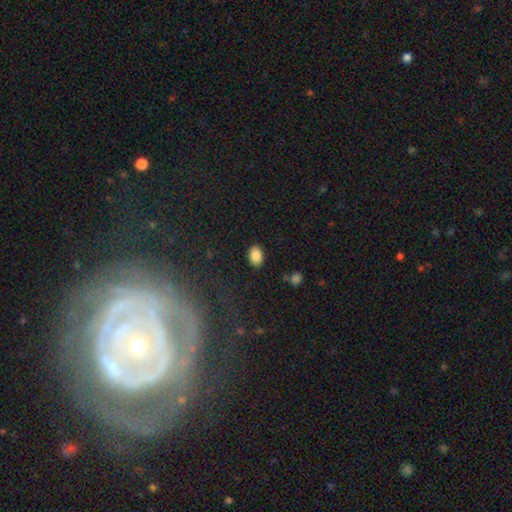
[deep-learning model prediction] Smooth or featured?
  - smooth: 87% *
  - star or artifact: 9%
  - featured or disk: 4%
How rounded?
  - in between: 82% *
  - round: 17%
  - cigar-shaped: 1%
Merging?
  - none: 87% *
  - minor disturbance: 9%
  - major disturbance: 2%
  - merger: 1%